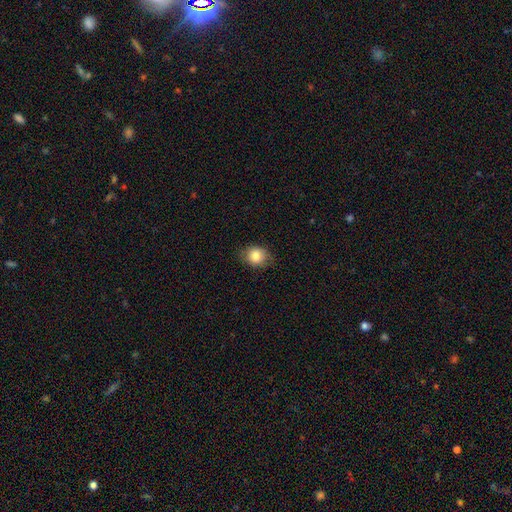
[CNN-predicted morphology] Q: Smooth or featured?
A: smooth (82%); runner-up: star or artifact (9%)
Q: How rounded?
A: round (65%); runner-up: in between (34%)
Q: Merging?
A: none (82%); runner-up: minor disturbance (14%)